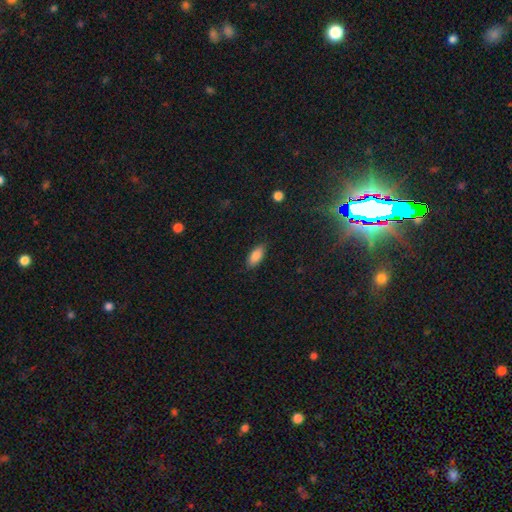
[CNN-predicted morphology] Overall: smooth (88%). How rounded: in between (88%). Merging: none (86%).